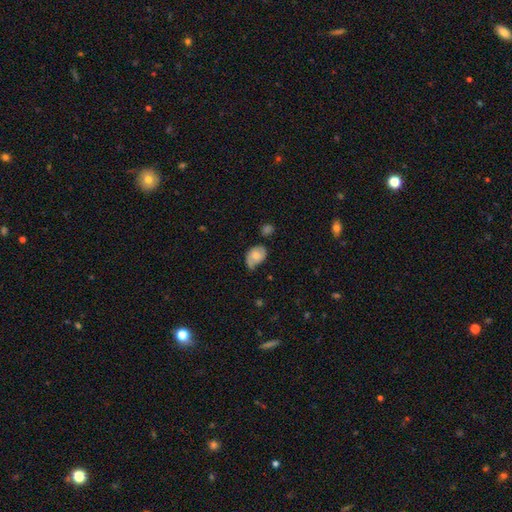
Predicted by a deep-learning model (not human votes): This is likely a smooth galaxy (62%). How rounded: likely in between (77%). Merging: marginally minor disturbance (43%).